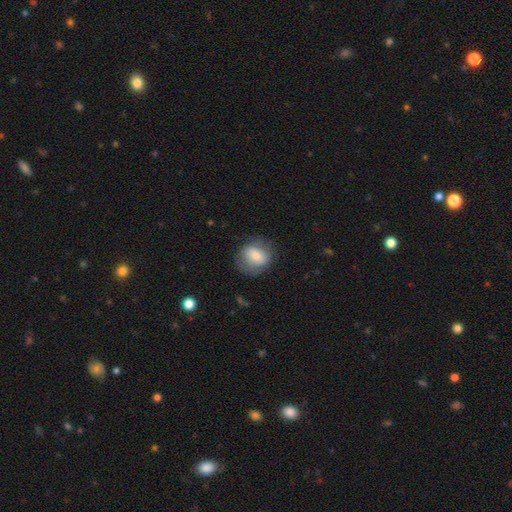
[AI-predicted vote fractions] Overall: smooth (71%). How rounded: round (59%; in between 39%). Merging: none (69%).